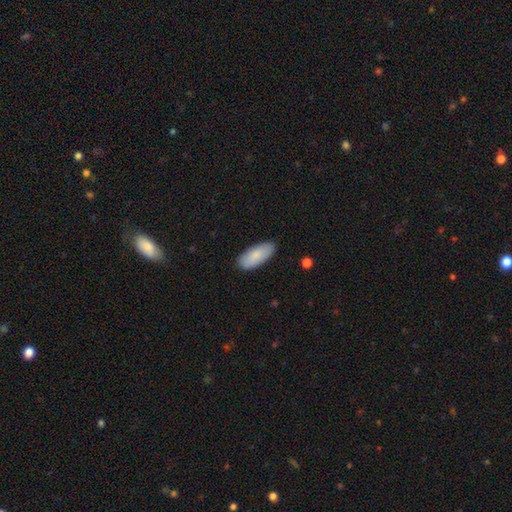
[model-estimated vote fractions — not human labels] Morphology: type=smooth (86%); roundness=in between (85%); merging=none (85%).